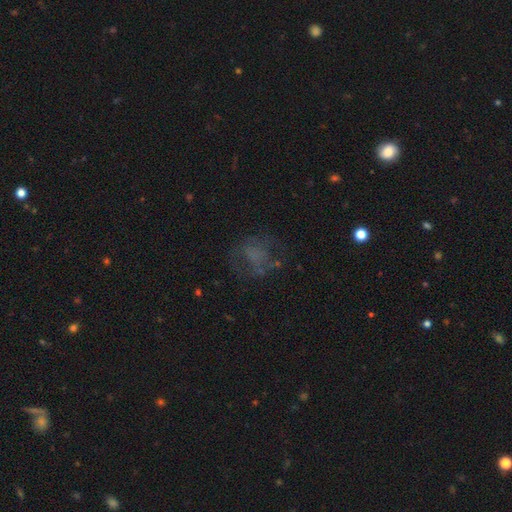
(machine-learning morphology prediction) Smooth or featured: featured or disk — 38% (smooth — 37%)
Merging: none — 56% (major disturbance — 24%)